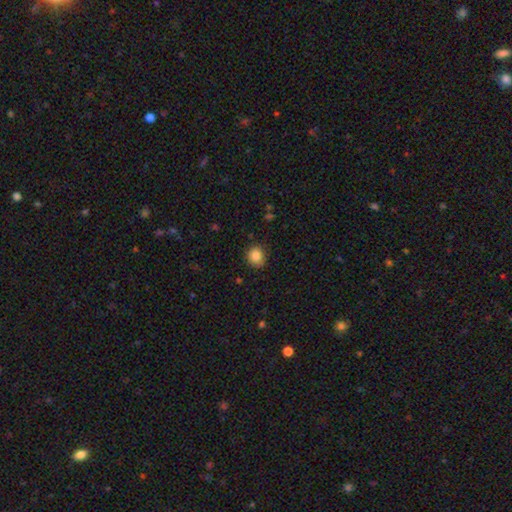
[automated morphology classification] smooth 85%, star or artifact 10%, featured or disk 5%. Down the decision tree: how rounded — round (77%); merging — none (86%).